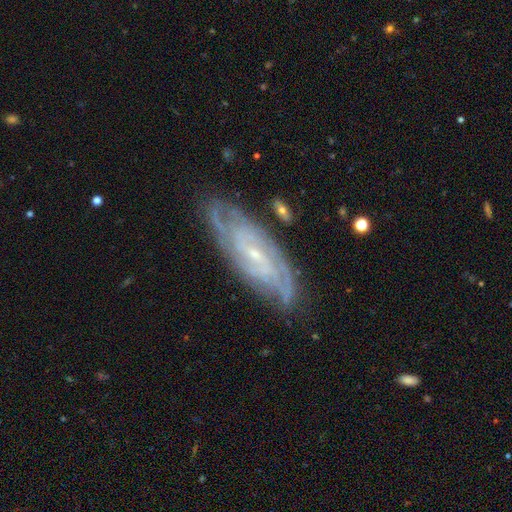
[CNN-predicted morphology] Q: Smooth or featured?
A: featured or disk (87%); runner-up: smooth (7%)
Q: Edge-on disk?
A: no (91%); runner-up: yes (9%)
Q: Bar?
A: weak (42%); tied with: no (42%)
Q: Spiral arms?
A: yes (97%); runner-up: no (3%)
Q: Spiral winding?
A: tight (66%); runner-up: medium (29%)
Q: Spiral arm count?
A: can't tell (29%); runner-up: 2 (26%)
Q: Bulge size?
A: small (79%); runner-up: moderate (16%)
Q: Merging?
A: none (77%); runner-up: minor disturbance (16%)